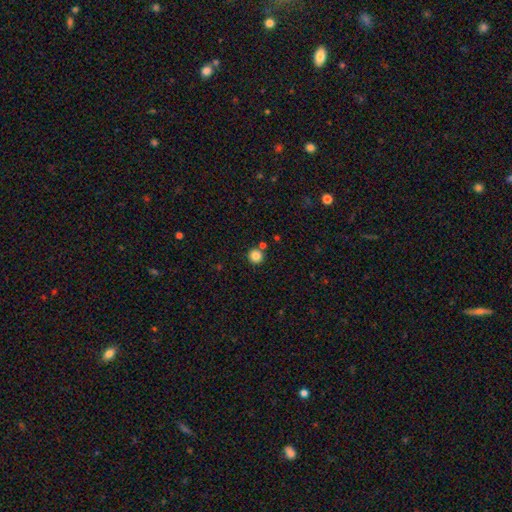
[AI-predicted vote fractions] This is clearly a smooth galaxy (85%). How rounded: clearly round (95%). Merging: clearly none (84%).